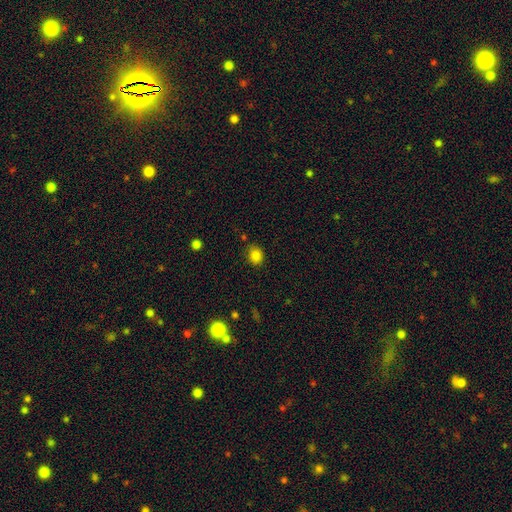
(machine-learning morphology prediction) Overall: smooth (83%). How rounded: round (69%; in between 30%). Merging: none (80%).